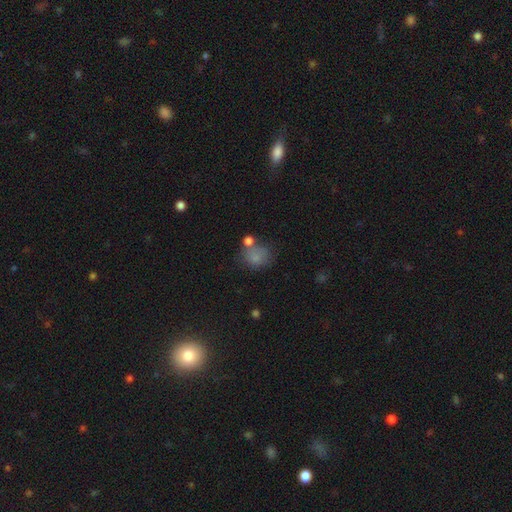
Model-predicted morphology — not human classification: Smooth or featured?
  - smooth: 78% *
  - star or artifact: 13%
  - featured or disk: 9%
How rounded?
  - round: 74% *
  - in between: 25%
  - cigar-shaped: 1%
Merging?
  - none: 54% *
  - minor disturbance: 18%
  - merger: 18%
  - major disturbance: 9%